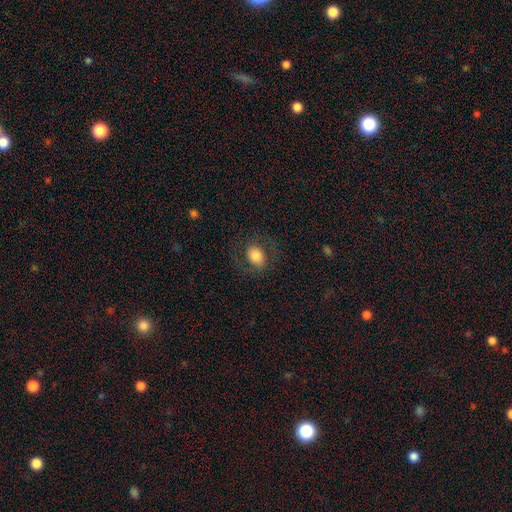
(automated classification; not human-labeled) Smooth or featured: smooth — 67% (featured or disk — 25%)
How rounded: in between — 64% (round — 35%)
Merging: none — 75% (minor disturbance — 13%)